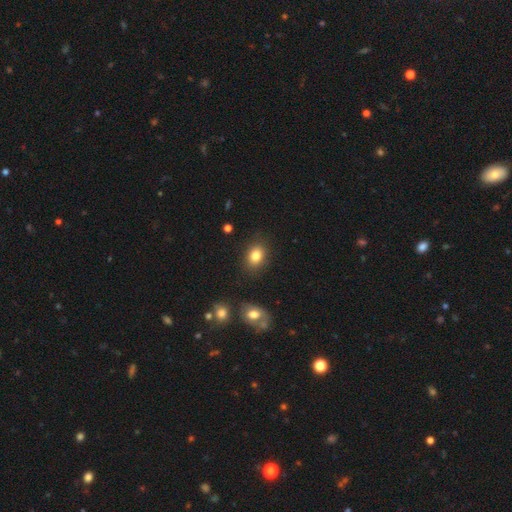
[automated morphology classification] Smooth or featured: smooth — 83% (star or artifact — 10%)
How rounded: in between — 62% (round — 37%)
Merging: none — 85% (minor disturbance — 10%)